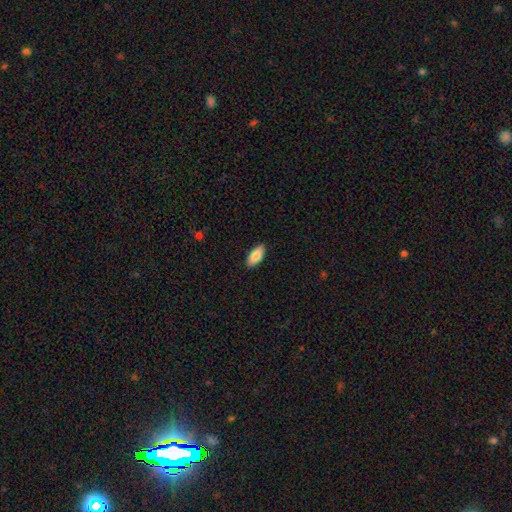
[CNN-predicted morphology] This appears to be a smooth galaxy with no disk features (86%) that is in between round and cigar-shaped (88%). Merging: none (88%).